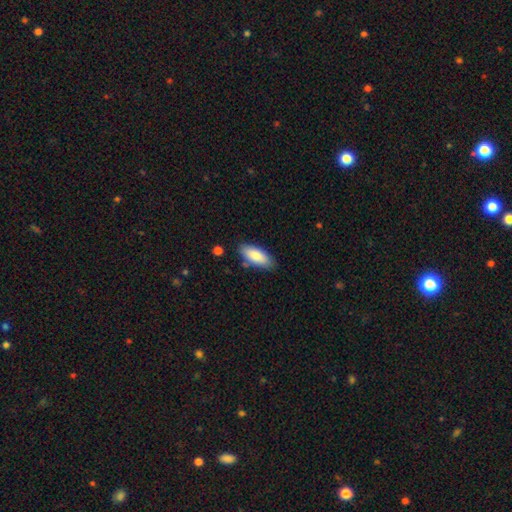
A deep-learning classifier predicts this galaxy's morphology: smooth_or_featured: smooth (p=0.83) [alt: featured or disk p=0.11]
how_rounded: in between (p=0.83) [alt: cigar-shaped p=0.16]
merging: none (p=0.80) [alt: minor disturbance p=0.14]